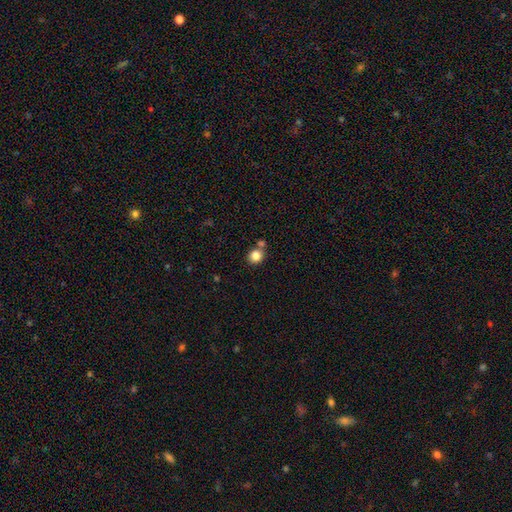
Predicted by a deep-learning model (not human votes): smooth_or_featured: smooth (p=0.84) [alt: star or artifact p=0.10]
how_rounded: round (p=0.78) [alt: in between p=0.21]
merging: none (p=0.63) [alt: merger p=0.24]